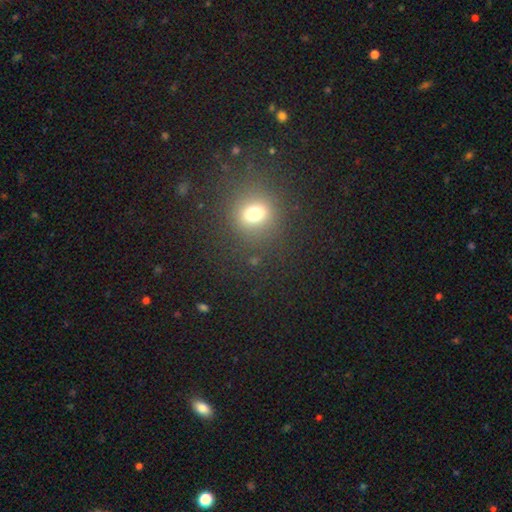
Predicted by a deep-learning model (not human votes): Overall: smooth (62%; star or artifact 29%). How rounded: round (79%). Merging: none (88%).